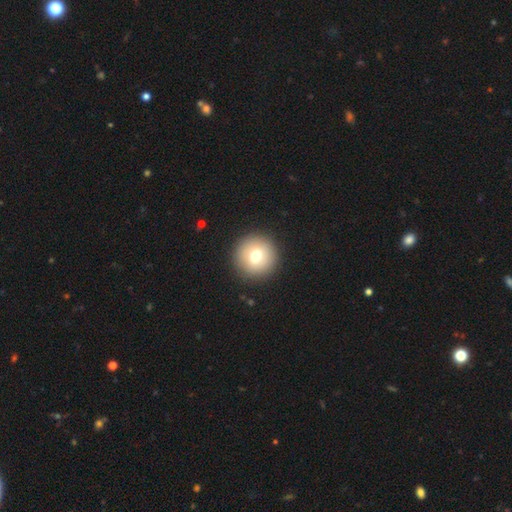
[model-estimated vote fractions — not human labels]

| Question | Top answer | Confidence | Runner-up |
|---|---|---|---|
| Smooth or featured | smooth | 73% | featured or disk (17%) |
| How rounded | round | 96% | in between (3%) |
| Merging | none | 92% | minor disturbance (5%) |